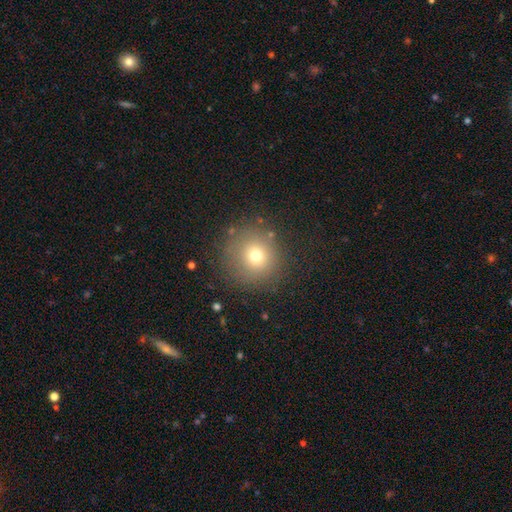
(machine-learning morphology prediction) Smooth or featured? smooth (70%)
How rounded? round (94%)
Merging? none (85%)